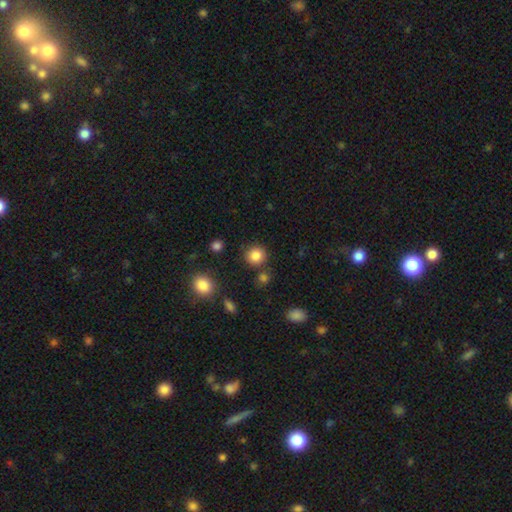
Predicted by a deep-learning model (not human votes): Overall: smooth (85%). How rounded: round (89%). Merging: none (82%).